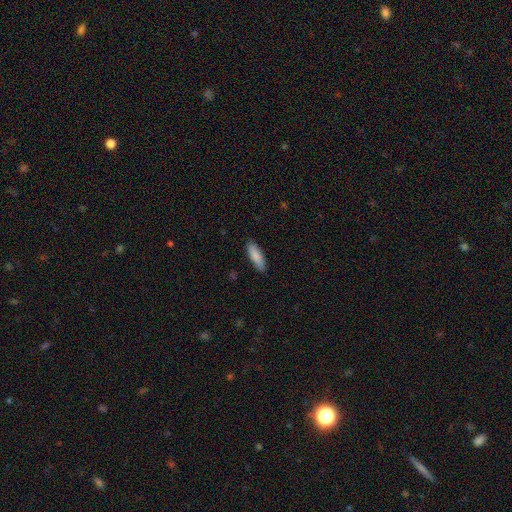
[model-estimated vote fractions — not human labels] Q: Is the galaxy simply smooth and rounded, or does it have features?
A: smooth — 87%.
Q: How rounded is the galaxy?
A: cigar-shaped — 51%.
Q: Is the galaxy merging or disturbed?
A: none — 87%.